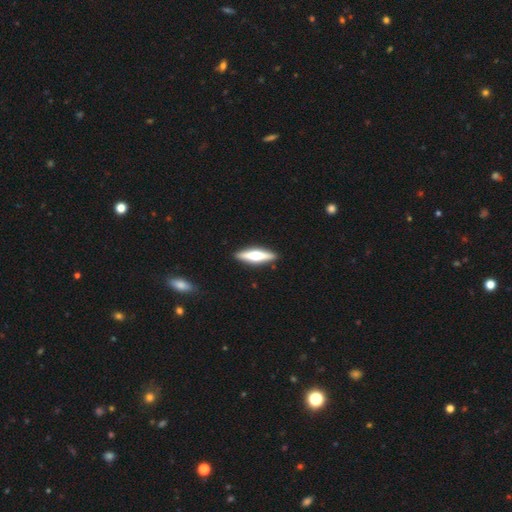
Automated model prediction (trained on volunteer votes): Smooth or featured? Predicted: featured or disk (p=0.56). Edge-on disk? Predicted: yes (p=0.95). Edge-on bulge? Predicted: rounded (p=0.92). Merging? Predicted: none (p=0.91).